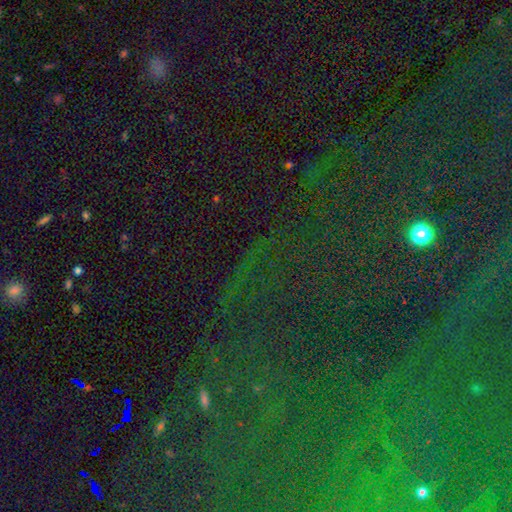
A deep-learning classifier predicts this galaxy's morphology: The model was most divided on "smooth or featured": star or artifact: 82%, smooth: 10%, featured or disk: 8%.